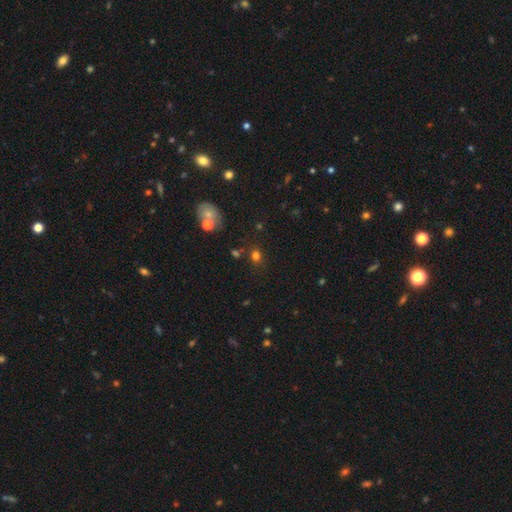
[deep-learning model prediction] Smooth or featured? smooth (73%)
How rounded? round (74%)
Merging? none (76%)